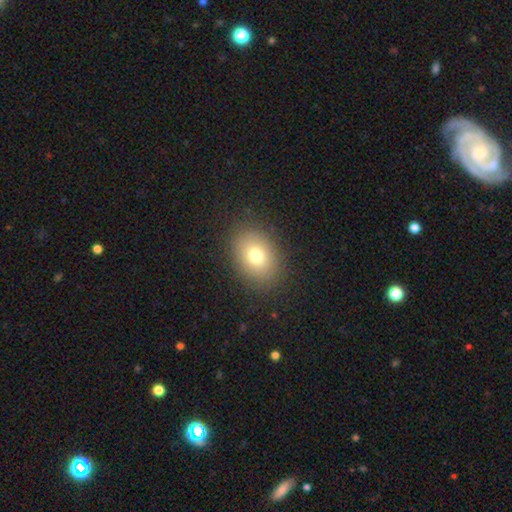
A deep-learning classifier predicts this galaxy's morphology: A smooth galaxy with no disk features (76%) that is in between round and cigar-shaped (66%).

Vote fractions:
- Smooth or featured? smooth: 76% / featured or disk: 12% / star or artifact: 12%
- How rounded? in between: 66% / round: 33% / cigar-shaped: 1%
- Merging? none: 87% / minor disturbance: 9% / major disturbance: 4% / merger: 1%